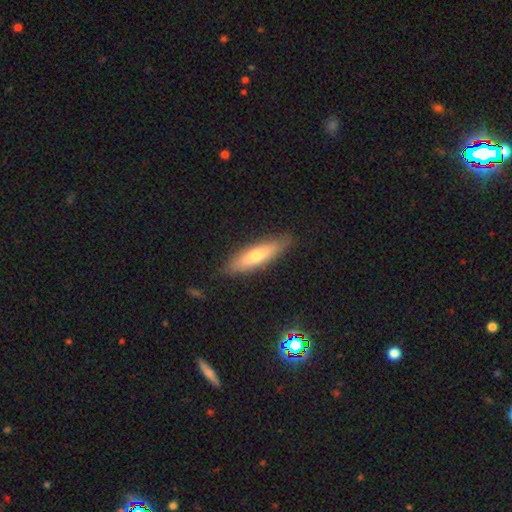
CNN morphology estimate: type=smooth (62%); roundness=cigar-shaped (71%); merging=none (84%).